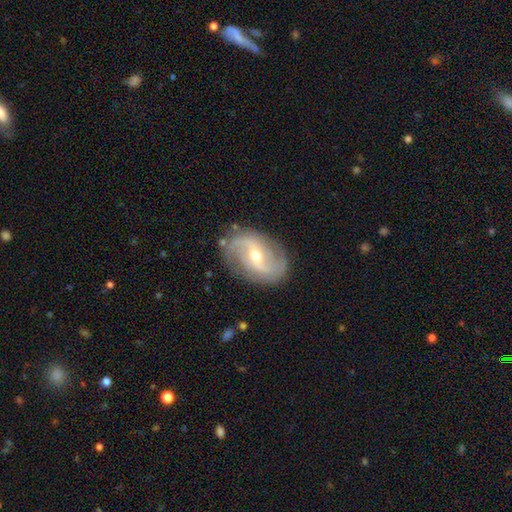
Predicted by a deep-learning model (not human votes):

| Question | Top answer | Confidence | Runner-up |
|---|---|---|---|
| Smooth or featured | featured or disk | 86% | smooth (9%) |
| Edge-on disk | no | 96% | yes (4%) |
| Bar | weak | 48% | no (27%) |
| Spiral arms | yes | 95% | no (5%) |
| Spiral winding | medium | 43% | loose (38%) |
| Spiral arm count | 2 | 87% | can't tell (6%) |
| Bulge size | moderate | 56% | small (40%) |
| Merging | none | 81% | minor disturbance (13%) |